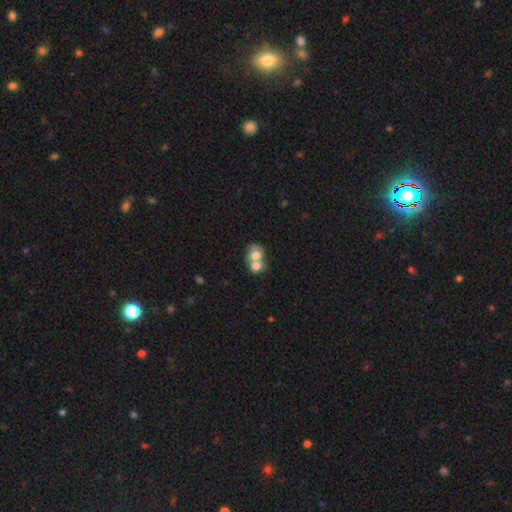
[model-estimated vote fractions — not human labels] Morphology: type=smooth (69%); roundness=round (54%); merging=merger (73%).